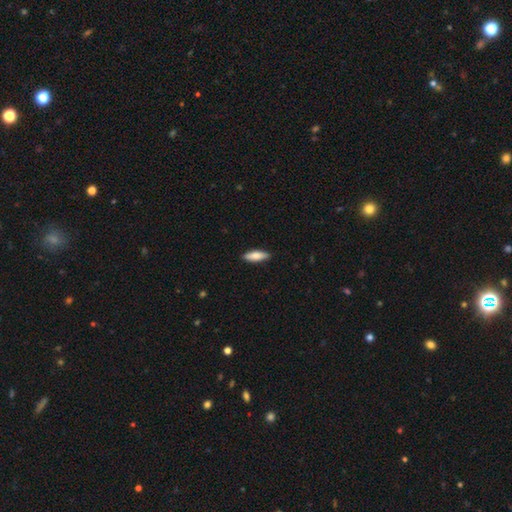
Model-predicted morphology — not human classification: The model was most divided on "how rounded": in between: 53%, cigar-shaped: 45%, round: 2%. More confident: merging — none (90%); smooth or featured — smooth (81%).